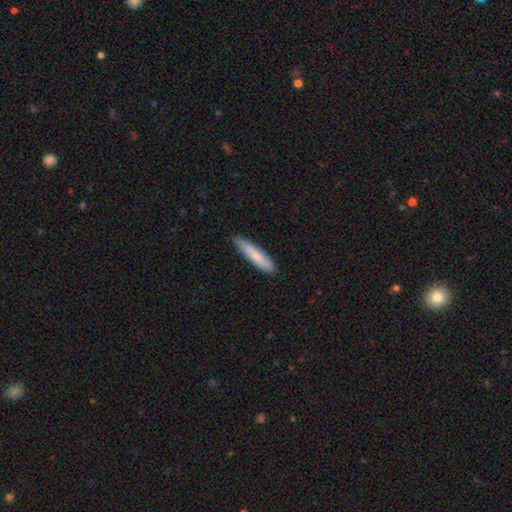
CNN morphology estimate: This appears to be a smooth galaxy with no disk features (79%) that is cigar-shaped (89%). Merging: none (87%).